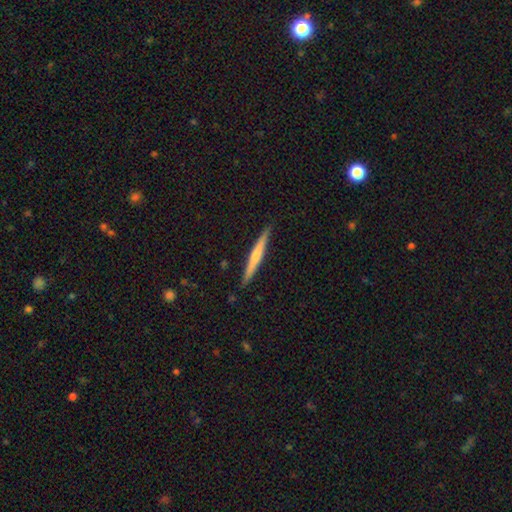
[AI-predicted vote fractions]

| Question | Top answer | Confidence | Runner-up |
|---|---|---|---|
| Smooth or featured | smooth | 48% | featured or disk (47%) |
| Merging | none | 90% | minor disturbance (8%) |